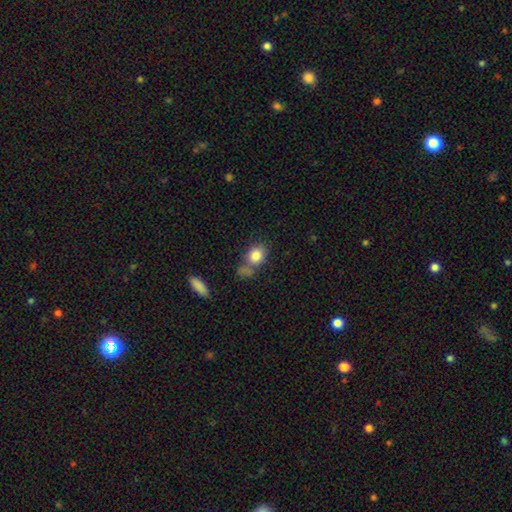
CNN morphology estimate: smooth 83%, featured or disk 9%, star or artifact 9%. Down the decision tree: how rounded — in between (51%); merging — none (48%).